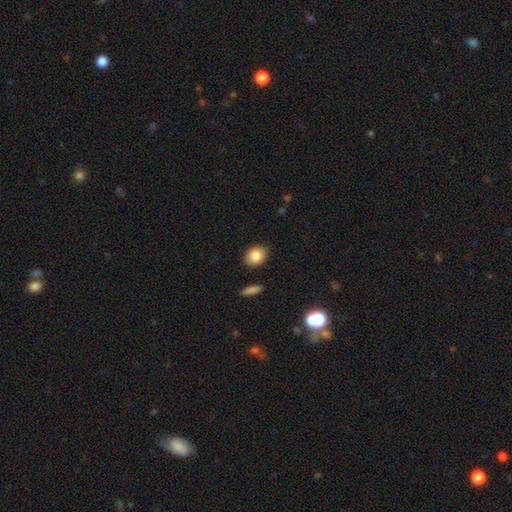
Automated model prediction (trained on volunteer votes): Smooth or featured: smooth — 85% (star or artifact — 8%)
How rounded: in between — 59% (round — 40%)
Merging: none — 87% (minor disturbance — 9%)